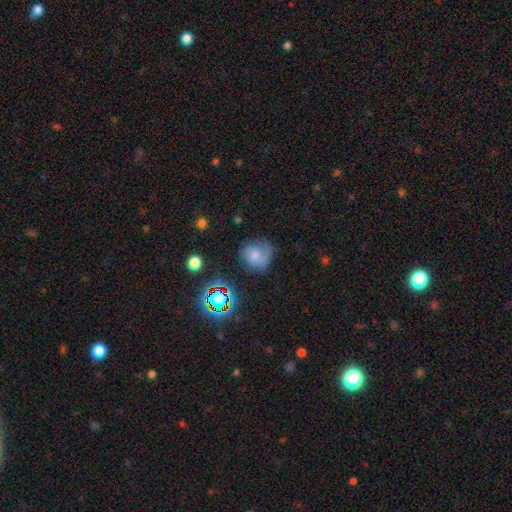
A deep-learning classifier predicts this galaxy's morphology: smooth_or_featured: smooth (p=0.50) [alt: featured or disk p=0.35]
how_rounded: round (p=0.80) [alt: in between p=0.19]
merging: none (p=0.57) [alt: minor disturbance p=0.24]